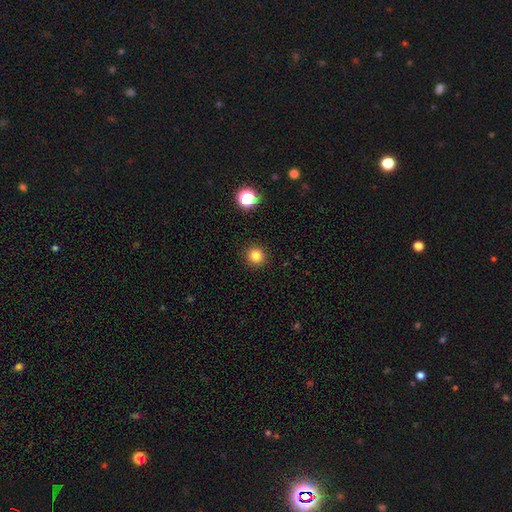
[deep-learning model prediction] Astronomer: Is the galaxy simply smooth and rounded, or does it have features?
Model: smooth — 82%.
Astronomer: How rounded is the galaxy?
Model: round — 94%.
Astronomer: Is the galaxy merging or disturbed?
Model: none — 92%.